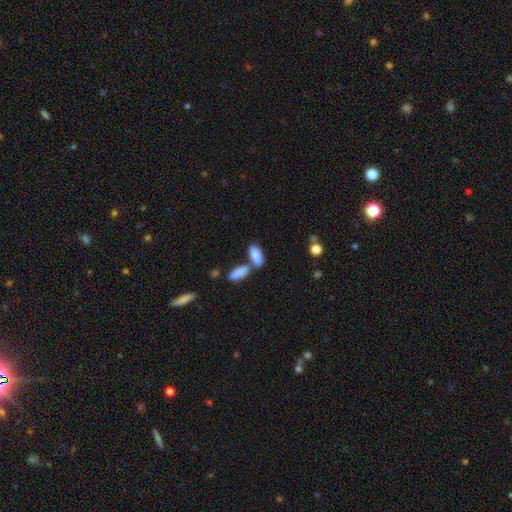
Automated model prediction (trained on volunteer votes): Smooth or featured?
  - smooth: 85% *
  - featured or disk: 8%
  - star or artifact: 7%
How rounded?
  - in between: 85% *
  - cigar-shaped: 13%
  - round: 3%
Merging?
  - merger: 46% *
  - none: 40%
  - minor disturbance: 10%
  - major disturbance: 4%